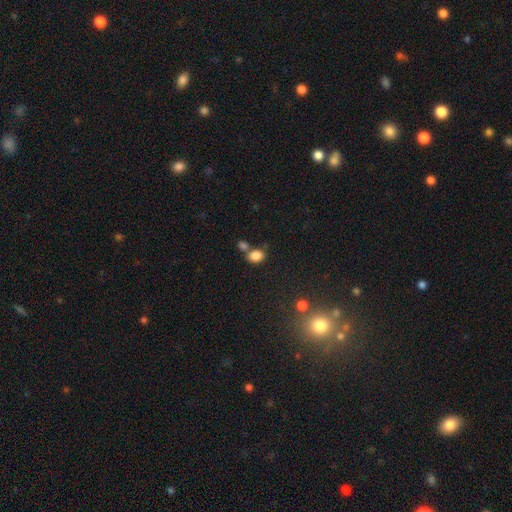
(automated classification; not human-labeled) Smooth or featured? smooth (84%)
How rounded? in between (66%)
Merging? none (52%)